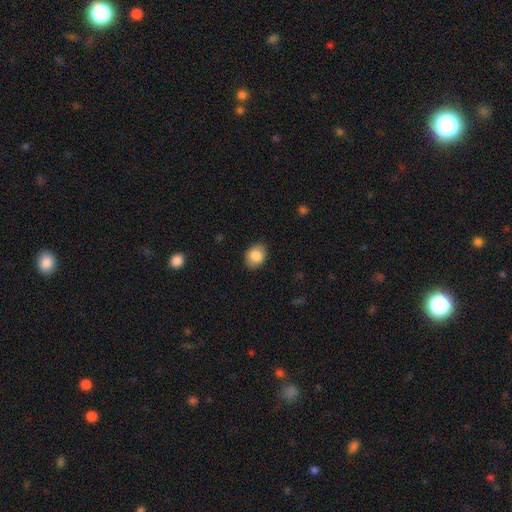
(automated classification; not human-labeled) This is clearly a smooth galaxy (85%). How rounded: possibly in between (58%). Merging: clearly none (86%).